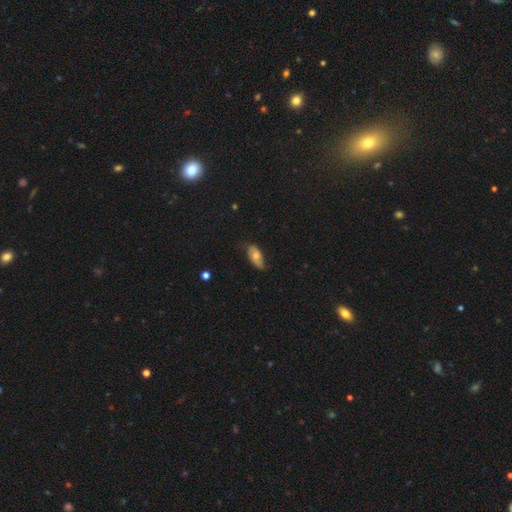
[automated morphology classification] Q: Smooth or featured?
A: smooth (52%); runner-up: featured or disk (41%)
Q: How rounded?
A: in between (90%); runner-up: cigar-shaped (5%)
Q: Merging?
A: none (62%); runner-up: minor disturbance (29%)